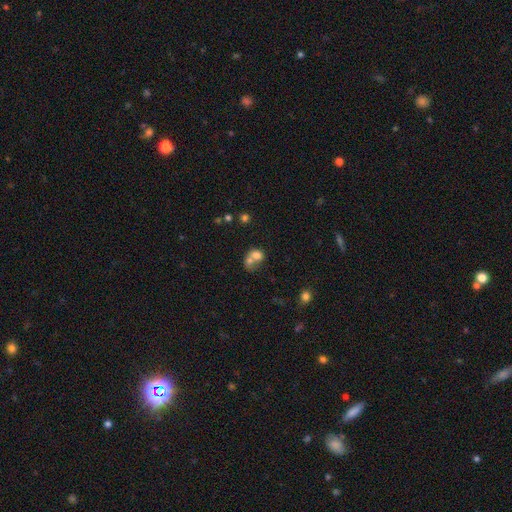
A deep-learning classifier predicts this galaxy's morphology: type=smooth (70%); roundness=round (56%); merging=merger (70%).